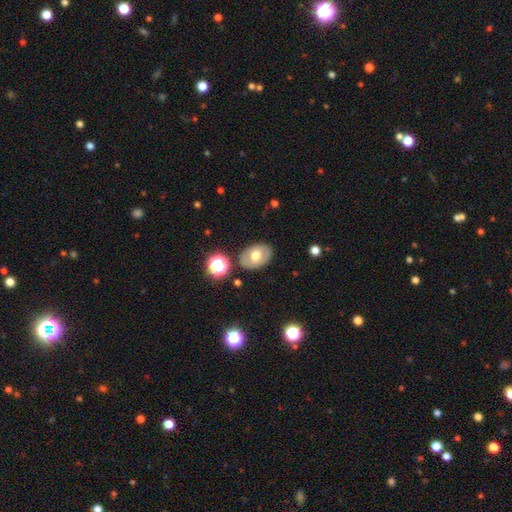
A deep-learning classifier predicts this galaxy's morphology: This appears to be a smooth galaxy with no disk features (58%) that is in between round and cigar-shaped (77%). Merging: none (83%).